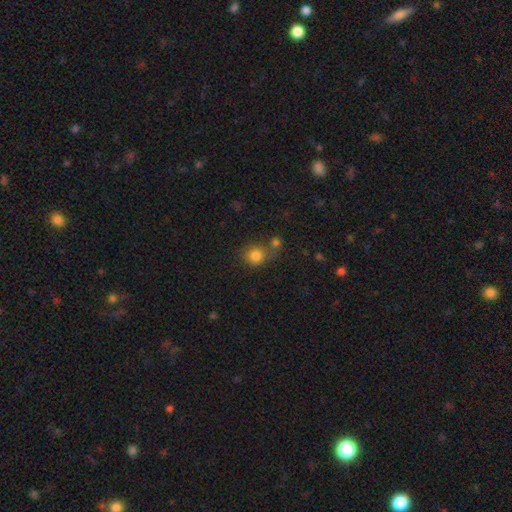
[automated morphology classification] Overall: smooth (82%). How rounded: round (85%). Merging: none (52%; merger 30%).